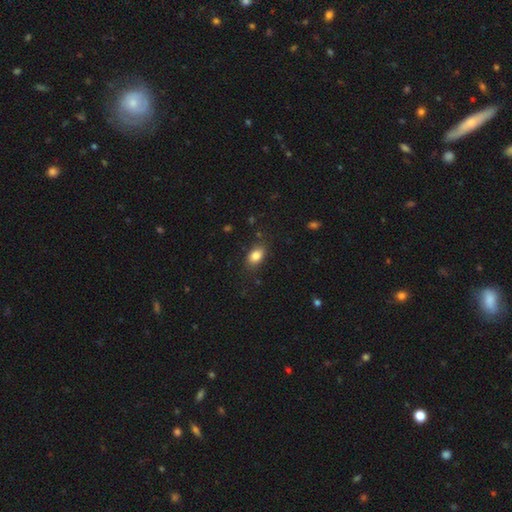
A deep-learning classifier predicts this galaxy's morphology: Smooth or featured? smooth (85%)
How rounded? in between (86%)
Merging? none (82%)